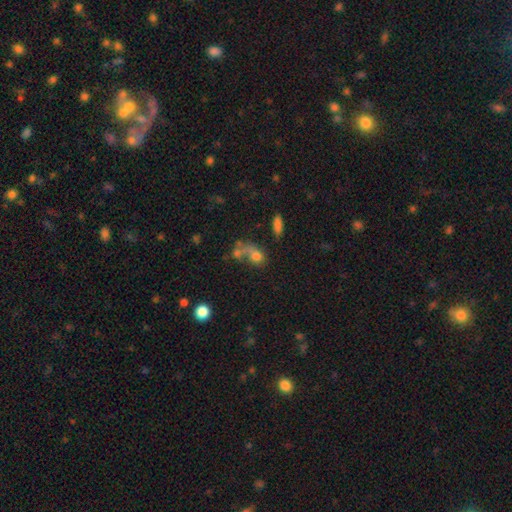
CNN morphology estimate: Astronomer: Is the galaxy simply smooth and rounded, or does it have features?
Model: smooth — 67%.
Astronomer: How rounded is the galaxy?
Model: in between — 51% (runner-up: round, 46%).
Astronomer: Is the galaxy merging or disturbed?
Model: merger — 42% (runner-up: none, 27%).